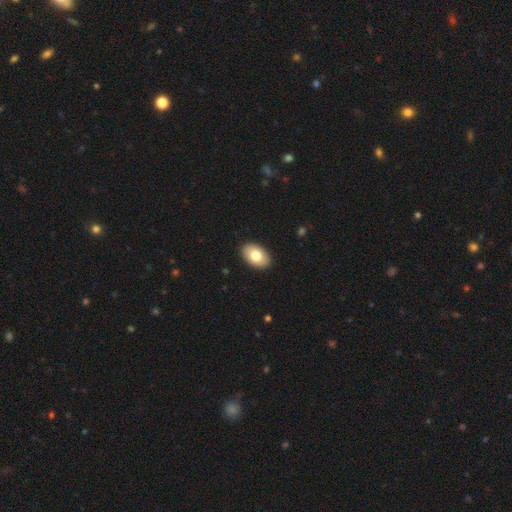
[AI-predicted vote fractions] Smooth or featured: smooth — 79% (featured or disk — 14%)
How rounded: in between — 91% (round — 7%)
Merging: none — 90% (minor disturbance — 7%)